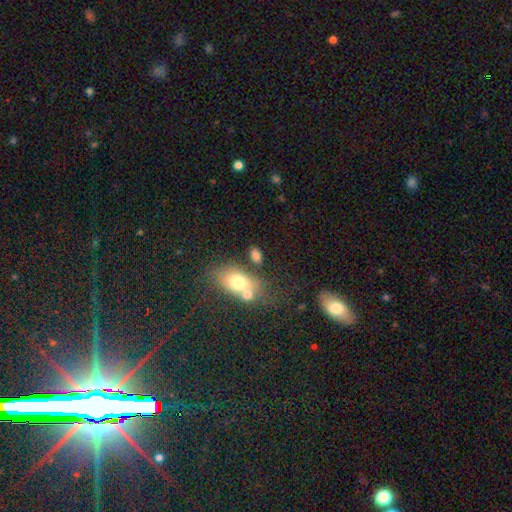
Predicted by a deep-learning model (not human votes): Overall: smooth (76%). How rounded: in between (84%). Merging: none (55%; merger 24%).